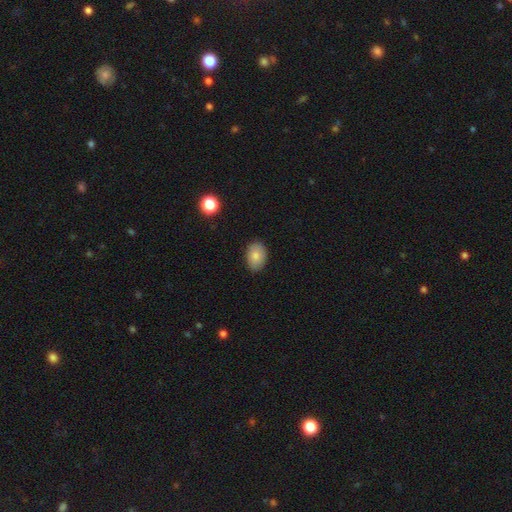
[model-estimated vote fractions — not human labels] This is clearly a smooth galaxy (81%). How rounded: clearly in between (81%). Merging: clearly none (83%).